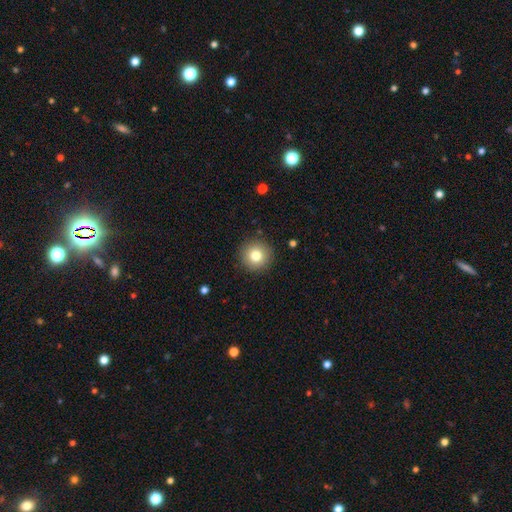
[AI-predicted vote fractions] smooth 79%, star or artifact 11%, featured or disk 10%. Down the decision tree: how rounded — round (96%); merging — none (91%).